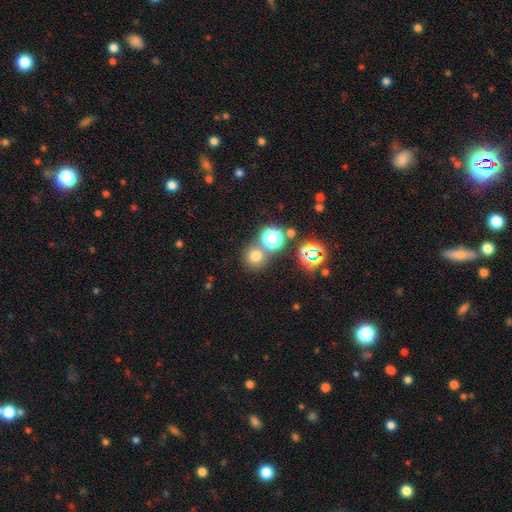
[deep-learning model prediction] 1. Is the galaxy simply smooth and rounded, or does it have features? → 67% smooth, 25% star or artifact, 7% featured or disk.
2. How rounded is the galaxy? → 91% round, 8% in between, 1% cigar-shaped.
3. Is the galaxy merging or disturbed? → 70% none, 19% merger, 8% minor disturbance, 3% major disturbance.